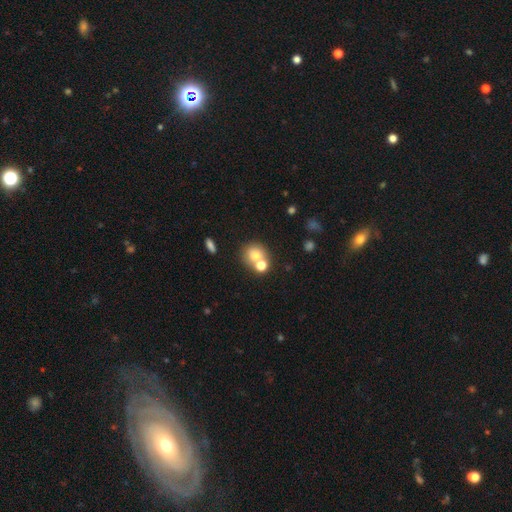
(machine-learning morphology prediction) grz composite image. It shows a smooth galaxy with no disk features (72%) that is round (83%). Merging: none (50%).